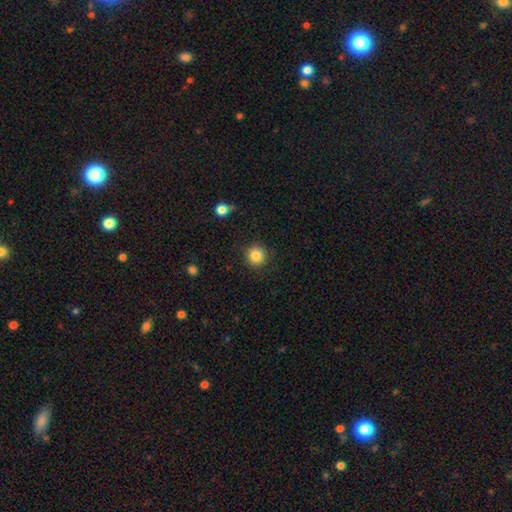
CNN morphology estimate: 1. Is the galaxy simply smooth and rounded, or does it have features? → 85% smooth, 10% star or artifact, 5% featured or disk.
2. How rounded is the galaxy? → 94% round, 5% in between, 1% cigar-shaped.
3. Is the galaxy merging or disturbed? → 88% none, 8% minor disturbance, 3% major disturbance, 1% merger.